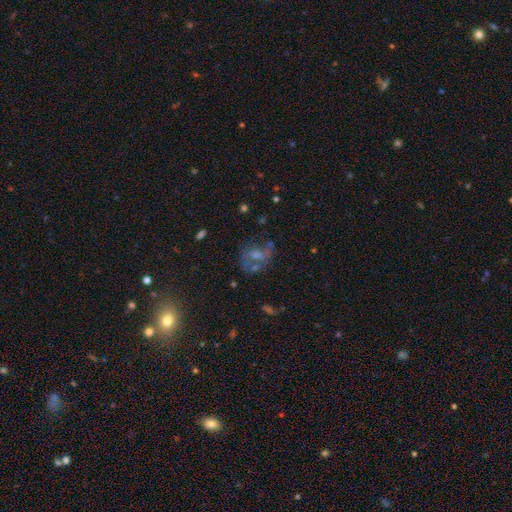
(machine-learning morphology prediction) The model was most divided on "smooth or featured": featured or disk: 45%, smooth: 29%, star or artifact: 27%. More confident: merging — none (53%).